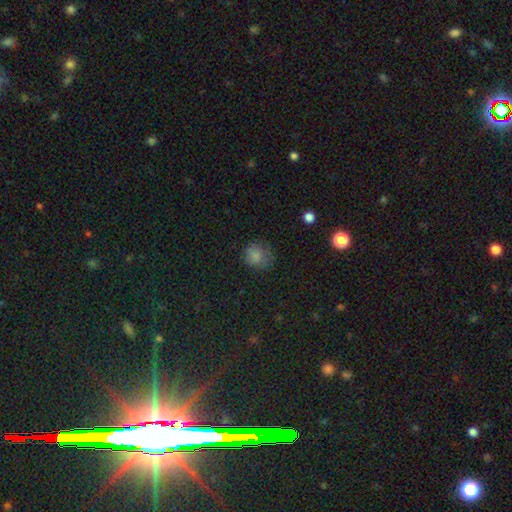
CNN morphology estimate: The model was most divided on "merging": none: 68%, minor disturbance: 22%, major disturbance: 9%, merger: 1%. More confident: how rounded — round (79%); smooth or featured — smooth (78%).